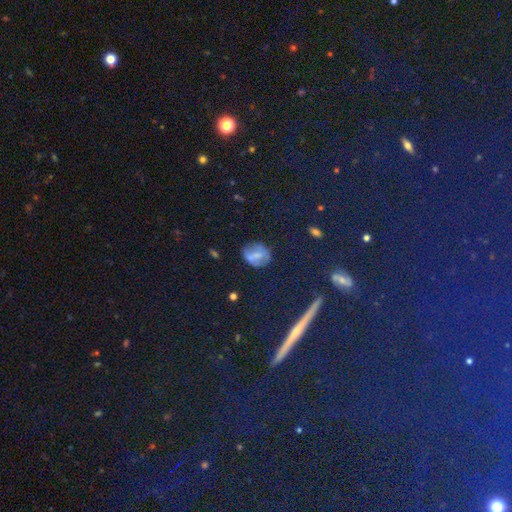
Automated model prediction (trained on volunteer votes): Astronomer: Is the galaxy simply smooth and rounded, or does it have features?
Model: smooth — 49% (runner-up: featured or disk, 29%).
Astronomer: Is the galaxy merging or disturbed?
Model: none — 66%.